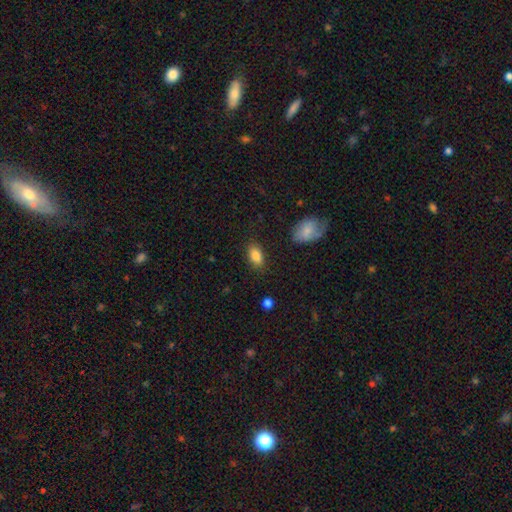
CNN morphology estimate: Q: Smooth or featured?
A: smooth (86%); runner-up: star or artifact (8%)
Q: How rounded?
A: in between (91%); runner-up: round (6%)
Q: Merging?
A: none (84%); runner-up: minor disturbance (11%)